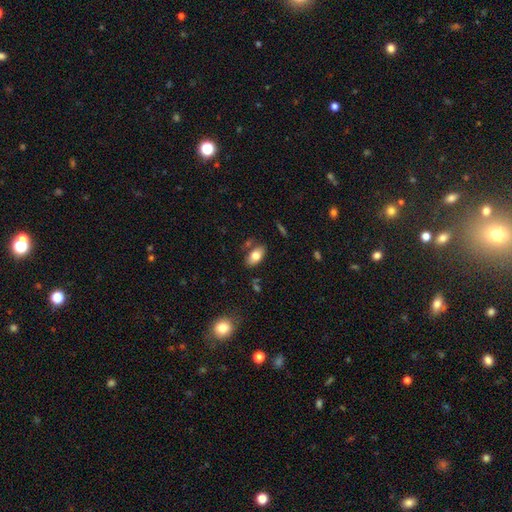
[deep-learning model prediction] Overall: smooth (78%). How rounded: in between (92%). Merging: none (75%).